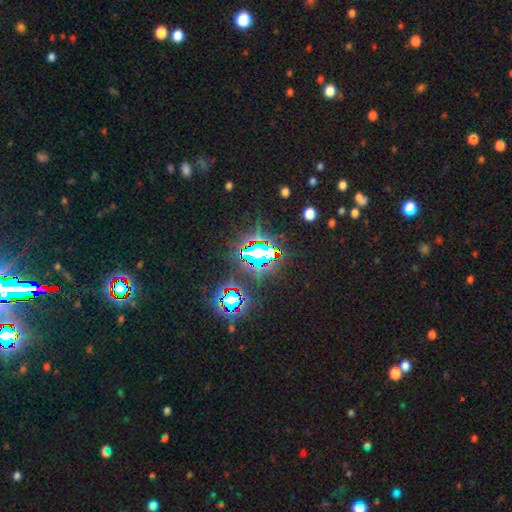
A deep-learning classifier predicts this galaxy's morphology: The model was most divided on "smooth or featured": star or artifact: 78%, smooth: 13%, featured or disk: 10%.